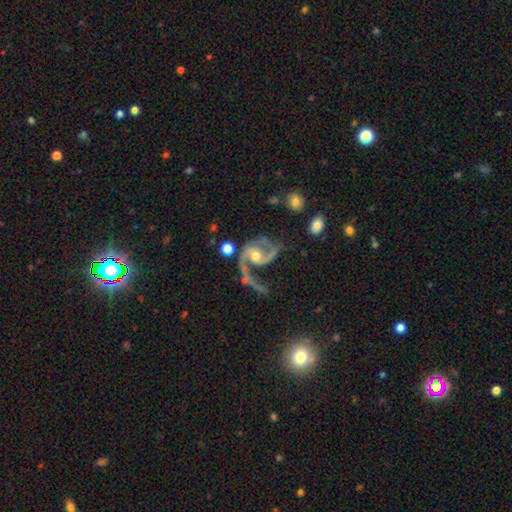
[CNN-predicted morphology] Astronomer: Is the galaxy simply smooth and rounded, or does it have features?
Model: featured or disk — 91%.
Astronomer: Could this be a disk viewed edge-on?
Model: no — 98%.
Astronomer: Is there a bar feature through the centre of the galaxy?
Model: no — 60%.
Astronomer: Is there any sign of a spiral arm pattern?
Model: yes — 97%.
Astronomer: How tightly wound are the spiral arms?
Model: medium — 49% (runner-up: loose, 38%).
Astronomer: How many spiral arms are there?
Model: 2 — 82%.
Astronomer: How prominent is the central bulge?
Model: moderate — 66%.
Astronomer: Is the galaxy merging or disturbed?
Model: none — 39% (runner-up: major disturbance, 32%).